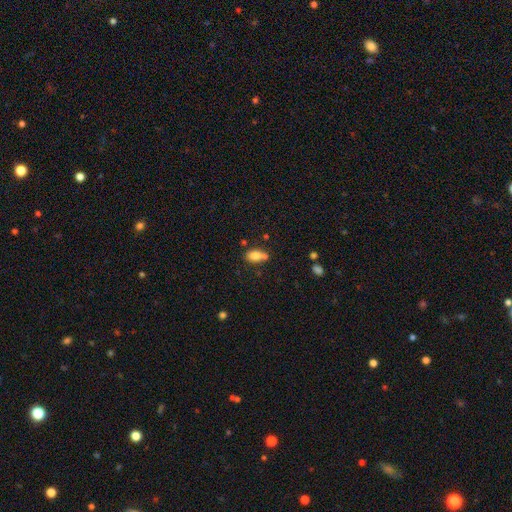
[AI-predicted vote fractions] Smooth or featured? smooth (80%)
How rounded? in between (84%)
Merging? none (51%)